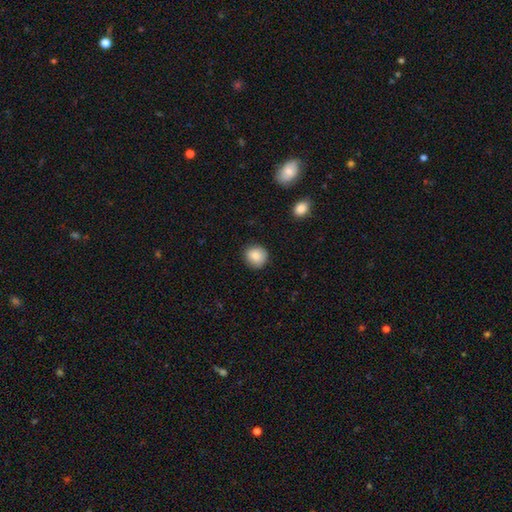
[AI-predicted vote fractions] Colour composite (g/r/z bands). It shows a smooth galaxy with no disk features (86%) that is round (90%). Merging: none (87%).